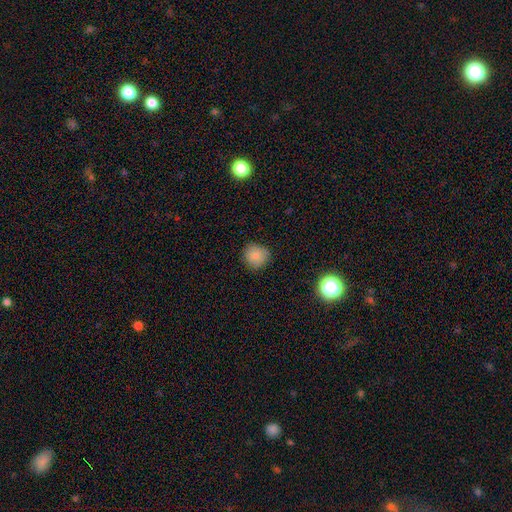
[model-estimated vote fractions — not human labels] Q: Smooth or featured?
A: smooth (83%); runner-up: star or artifact (11%)
Q: How rounded?
A: round (89%); runner-up: in between (10%)
Q: Merging?
A: none (82%); runner-up: minor disturbance (14%)